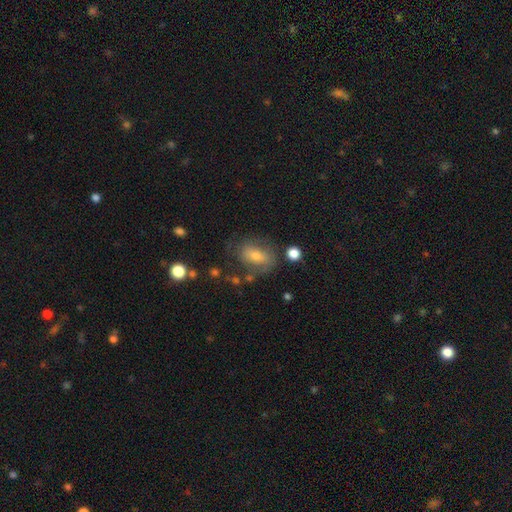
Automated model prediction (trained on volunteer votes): Smooth or featured? smooth (52%)
How rounded? in between (73%)
Merging? none (61%)